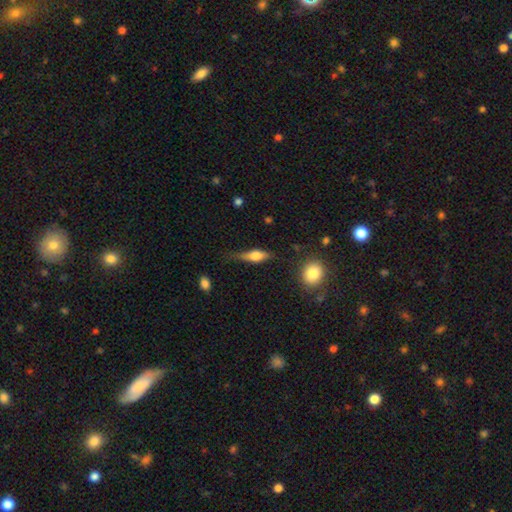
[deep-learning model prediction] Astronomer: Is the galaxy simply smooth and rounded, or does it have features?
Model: smooth — 52% (runner-up: featured or disk, 41%).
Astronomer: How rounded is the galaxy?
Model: in between — 48% (runner-up: cigar-shaped, 47%).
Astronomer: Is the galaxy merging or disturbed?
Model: none — 61%.